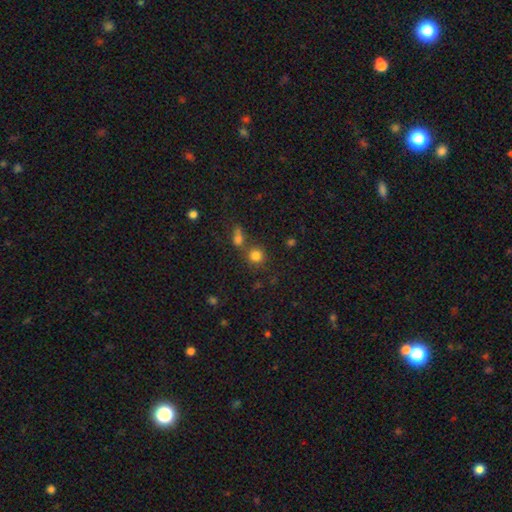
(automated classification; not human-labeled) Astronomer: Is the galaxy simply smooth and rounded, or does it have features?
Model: smooth — 79%.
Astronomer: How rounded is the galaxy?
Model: round — 87%.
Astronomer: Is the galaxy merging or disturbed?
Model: none — 64%.